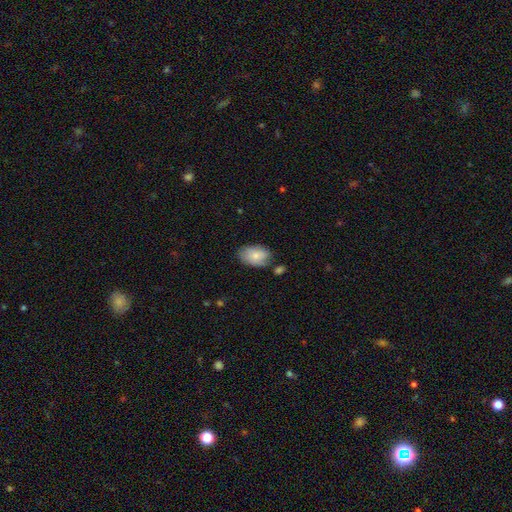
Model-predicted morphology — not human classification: Q: Smooth or featured?
A: smooth (78%); runner-up: featured or disk (16%)
Q: How rounded?
A: in between (89%); runner-up: round (10%)
Q: Merging?
A: none (66%); runner-up: minor disturbance (23%)